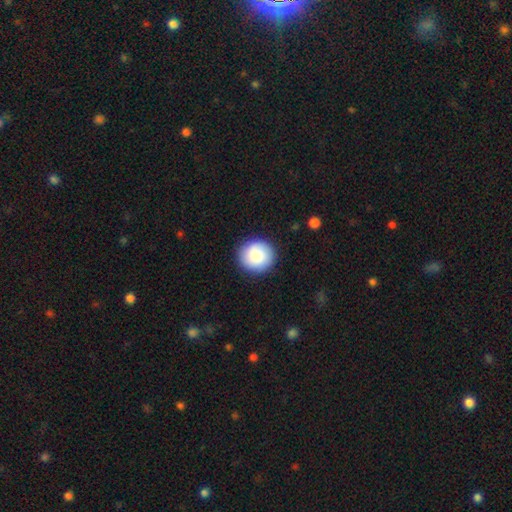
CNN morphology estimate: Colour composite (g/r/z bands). It shows a smooth galaxy with no disk features (83%) that is round (89%). Merging: none (89%).